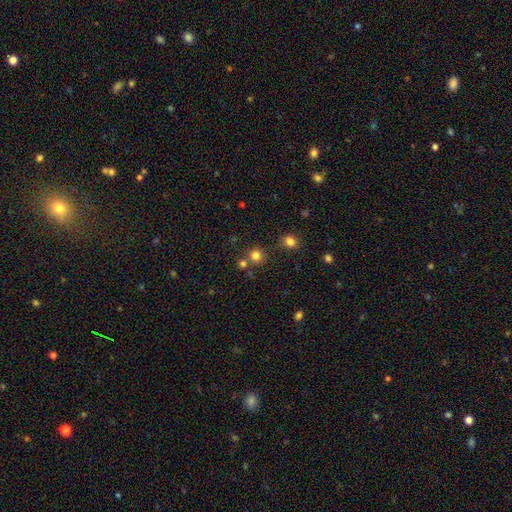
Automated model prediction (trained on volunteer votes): The model was most divided on "merging": none: 72%, merger: 17%, minor disturbance: 7%, major disturbance: 3%. More confident: how rounded — round (92%); smooth or featured — smooth (78%).